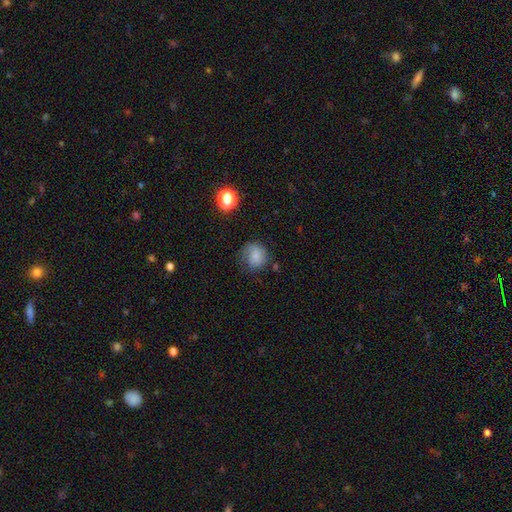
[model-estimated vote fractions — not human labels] Overall: smooth (69%). How rounded: round (75%). Merging: none (56%; minor disturbance 27%).